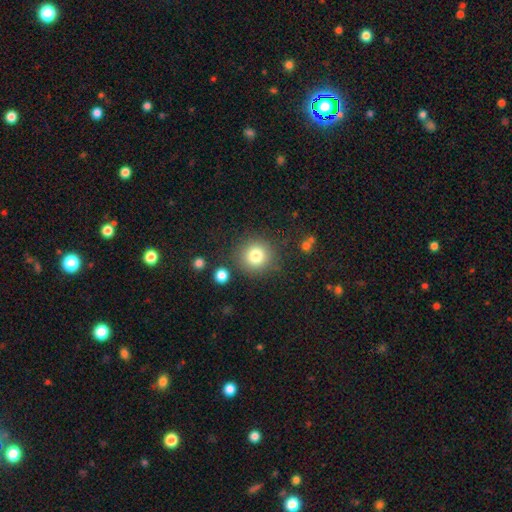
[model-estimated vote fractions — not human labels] This appears to be a smooth galaxy with no disk features (80%) that is round (92%). Merging: none (84%).